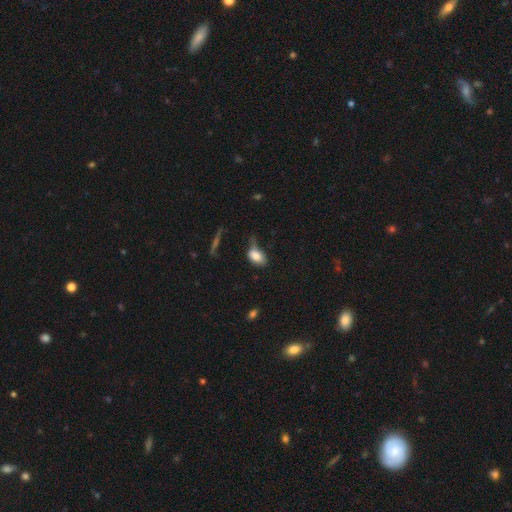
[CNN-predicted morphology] smooth_or_featured: smooth (p=0.80) [alt: featured or disk p=0.11]
how_rounded: in between (p=0.87) [alt: round p=0.10]
merging: minor disturbance (p=0.36) [alt: none p=0.31]